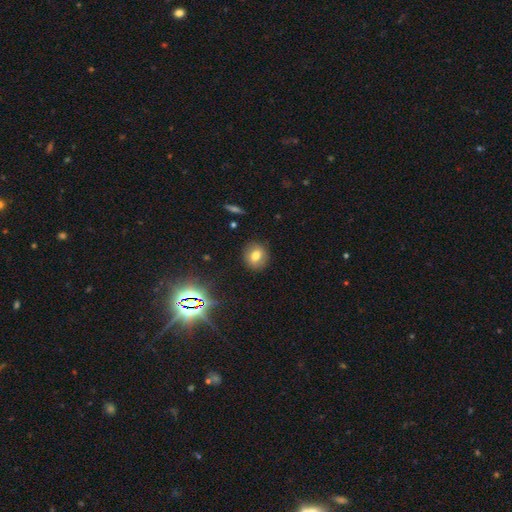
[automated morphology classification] Smooth or featured? Predicted: smooth (p=0.73). How rounded? Predicted: round (p=0.78). Merging? Predicted: none (p=0.89).